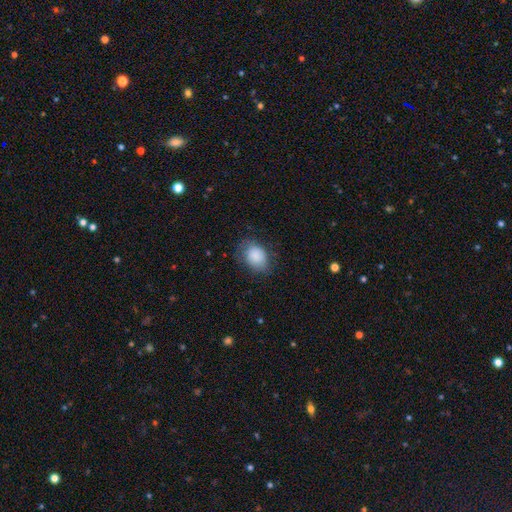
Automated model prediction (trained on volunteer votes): Morphology: type=smooth (85%); roundness=in between (64%); merging=none (68%).